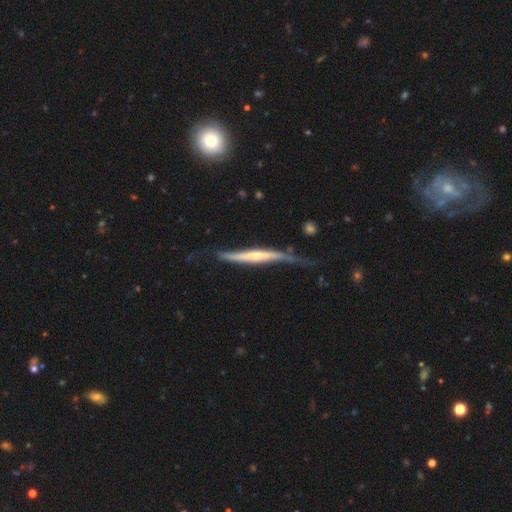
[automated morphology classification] type=featured or disk (71%); edge-on=yes (86%); edge-on bulge=rounded (58%); merging=none (44%).